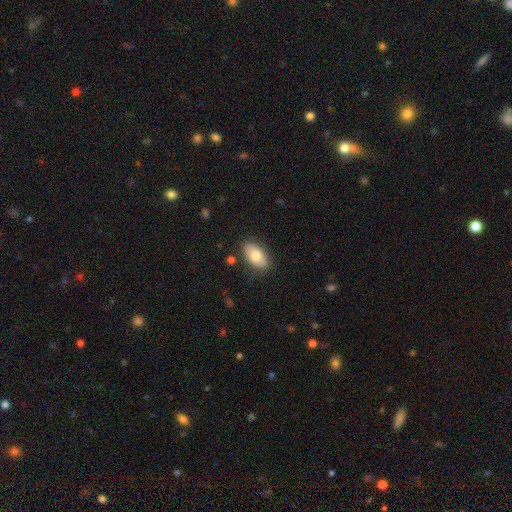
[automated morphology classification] This appears to be a smooth galaxy with no disk features (77%) that is in between round and cigar-shaped (93%). Merging: none (85%).